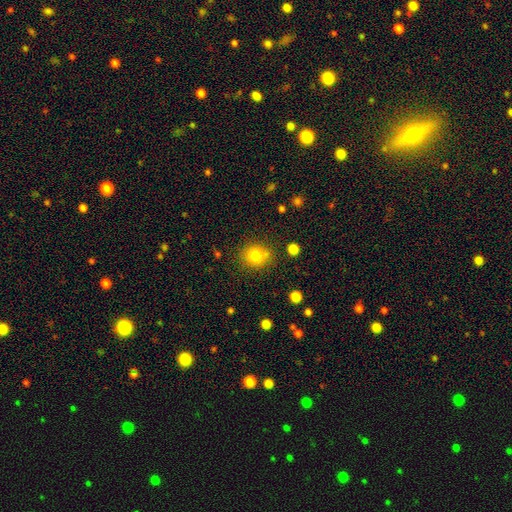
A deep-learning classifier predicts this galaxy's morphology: smooth 81%, star or artifact 12%, featured or disk 8%. Down the decision tree: how rounded — round (82%); merging — none (80%).